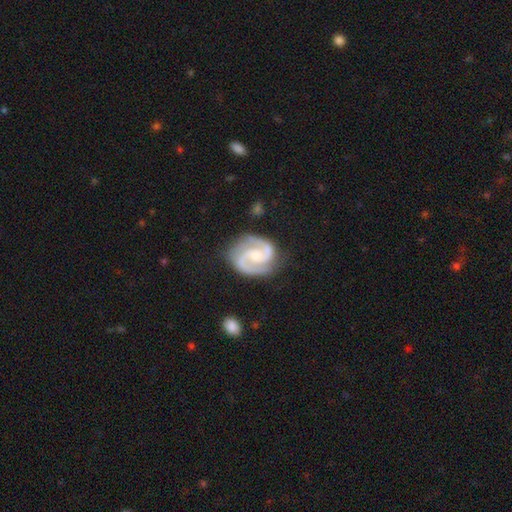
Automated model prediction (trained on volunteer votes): Smooth or featured?
  - featured or disk: 93% *
  - star or artifact: 4%
  - smooth: 4%
Edge-on disk?
  - no: 98% *
  - yes: 2%
Bar?
  - no: 46% *
  - weak: 41%
  - strong: 14%
Spiral arms?
  - yes: 99% *
  - no: 1%
Spiral winding?
  - medium: 55% *
  - tight: 37%
  - loose: 8%
Spiral arm count?
  - 2: 94% *
  - 3: 1%
  - can't tell: 1%
  - 1: 1%
  - 4: 1%
  - more than 4: 1%
Bulge size?
  - moderate: 41% * (tied)
  - small: 41% * (tied)
  - none: 12%
  - large: 4%
  - dominant: 1%
Merging?
  - none: 81% *
  - minor disturbance: 13%
  - major disturbance: 4%
  - merger: 2%